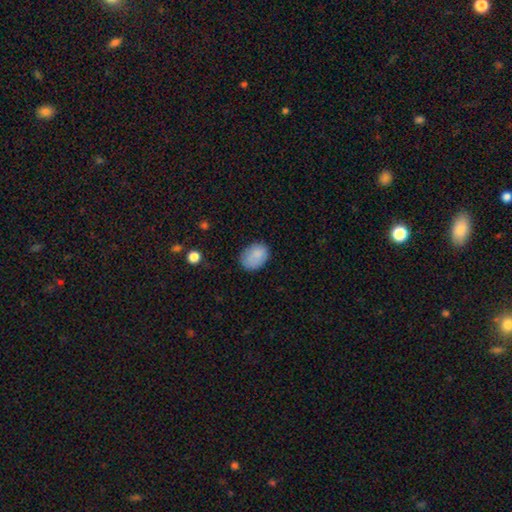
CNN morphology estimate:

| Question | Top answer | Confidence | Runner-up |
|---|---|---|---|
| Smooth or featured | smooth | 85% | star or artifact (8%) |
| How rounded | in between | 71% | round (28%) |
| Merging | none | 74% | minor disturbance (20%) |